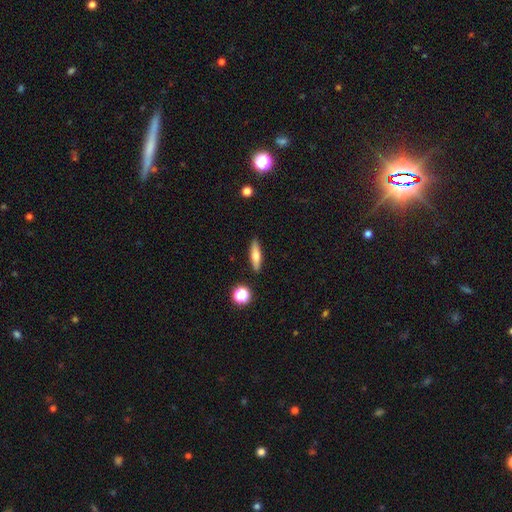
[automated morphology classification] This appears to be a smooth galaxy with no disk features (64%) that is cigar-shaped (67%). Merging: none (88%).